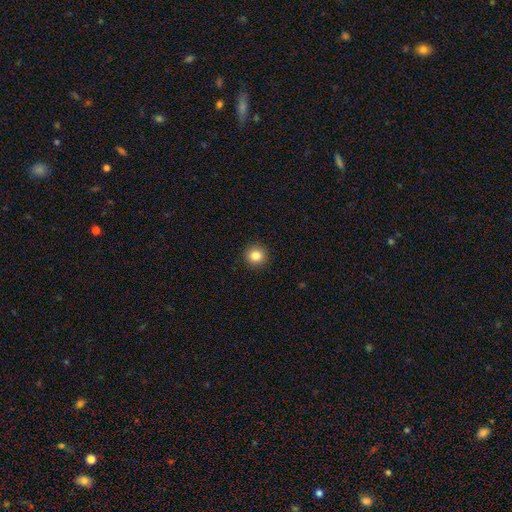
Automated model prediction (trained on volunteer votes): smooth-or-featured: smooth: 85% | star or artifact: 10% | featured or disk: 5%
  how-rounded: round: 94% | in between: 5% | cigar-shaped: 1%
  merging: none: 92% | minor disturbance: 5% | major disturbance: 2% | merger: 1%